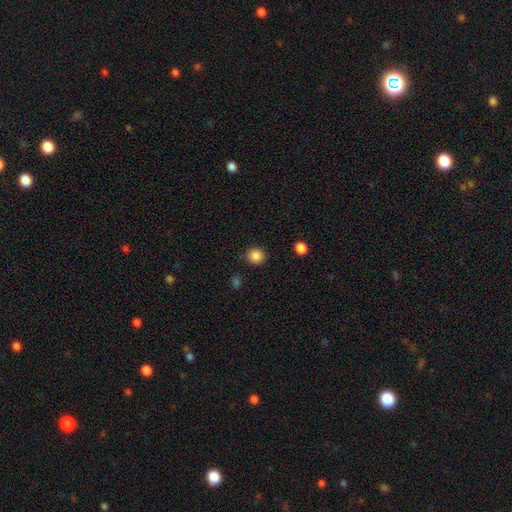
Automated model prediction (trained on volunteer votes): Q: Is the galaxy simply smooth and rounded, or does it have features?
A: smooth — 85%.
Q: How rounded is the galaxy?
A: round — 89%.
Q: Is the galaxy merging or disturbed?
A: none — 88%.